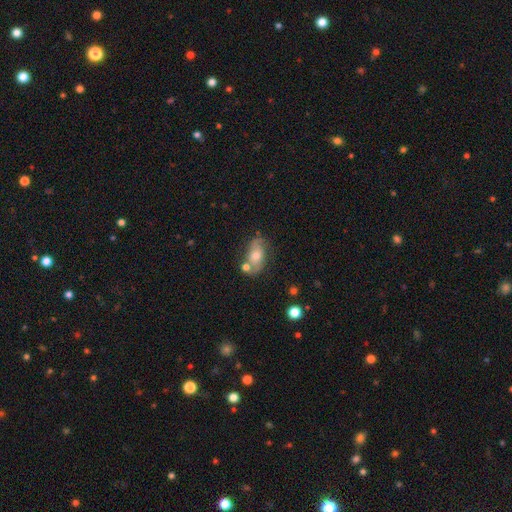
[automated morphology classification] Overall: smooth (46%; featured or disk 44%). Merging: none (60%; minor disturbance 20%).